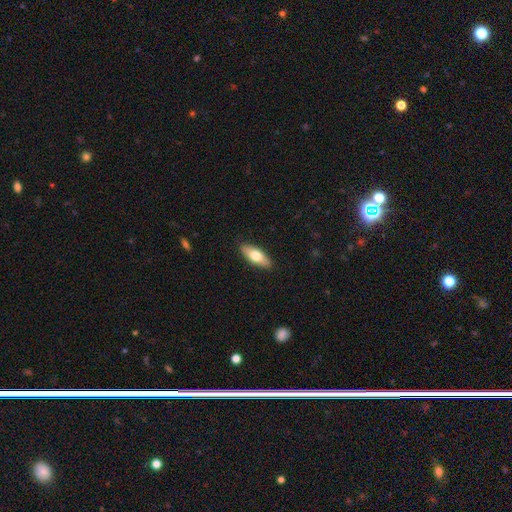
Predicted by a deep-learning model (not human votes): The model was most divided on "smooth or featured": smooth: 66%, featured or disk: 28%, star or artifact: 6%. More confident: merging — none (89%); how rounded — in between (71%).